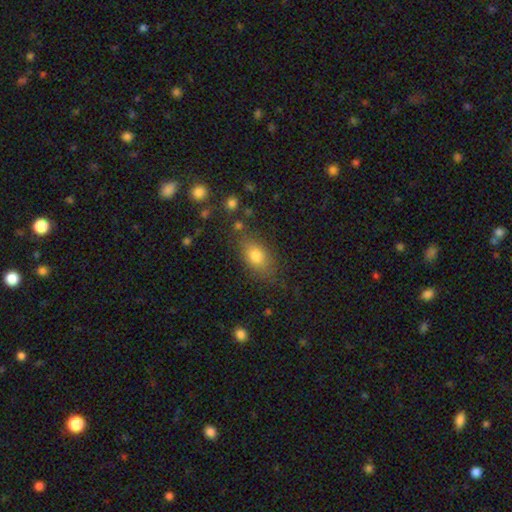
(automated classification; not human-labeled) Smooth or featured? Predicted: smooth (p=0.78). How rounded? Predicted: in between (p=0.81). Merging? Predicted: none (p=0.76).